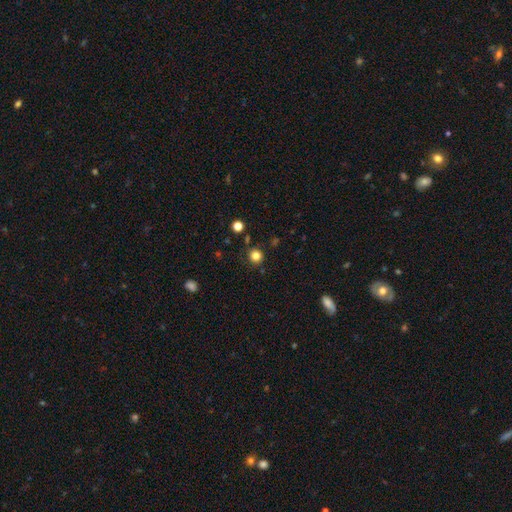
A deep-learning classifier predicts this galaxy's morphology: Smooth or featured?
  - smooth: 82% *
  - star or artifact: 14%
  - featured or disk: 5%
How rounded?
  - round: 93% *
  - in between: 6%
  - cigar-shaped: 1%
Merging?
  - none: 88% *
  - minor disturbance: 7%
  - merger: 2%
  - major disturbance: 2%